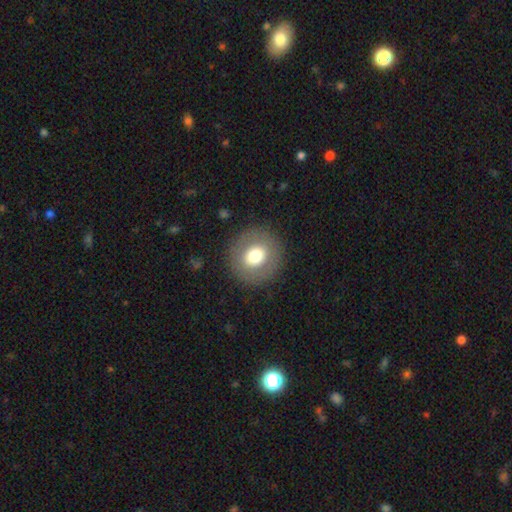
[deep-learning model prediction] smooth-or-featured: smooth: 70% | featured or disk: 20% | star or artifact: 10%
  how-rounded: round: 93% | in between: 6% | cigar-shaped: 1%
  merging: none: 89% | minor disturbance: 6% | major disturbance: 3% | merger: 1%